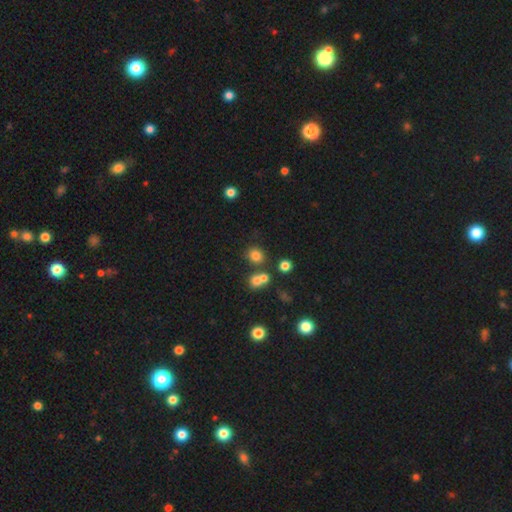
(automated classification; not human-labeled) smooth_or_featured: smooth (p=0.76) [alt: star or artifact p=0.17]
how_rounded: round (p=0.78) [alt: in between p=0.21]
merging: none (p=0.69) [alt: merger p=0.18]